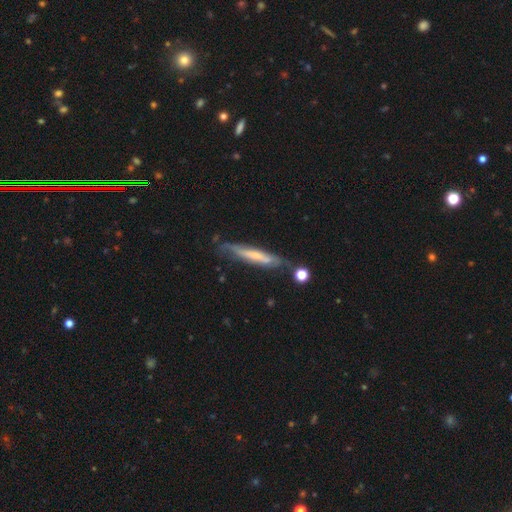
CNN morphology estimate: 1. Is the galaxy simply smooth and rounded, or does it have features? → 54% featured or disk, 39% smooth, 7% star or artifact.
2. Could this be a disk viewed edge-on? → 74% yes, 26% no.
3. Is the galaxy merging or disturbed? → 62% none, 24% minor disturbance, 8% major disturbance, 6% merger.